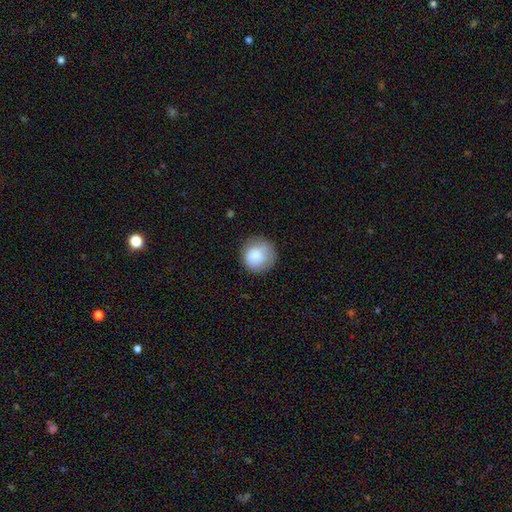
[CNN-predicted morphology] type=smooth (85%); roundness=round (93%); merging=none (77%).